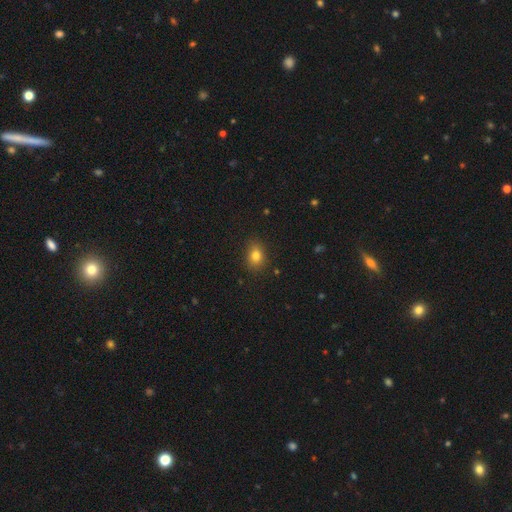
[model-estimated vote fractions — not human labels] Overall: smooth (80%). How rounded: in between (57%; round 42%). Merging: none (84%).